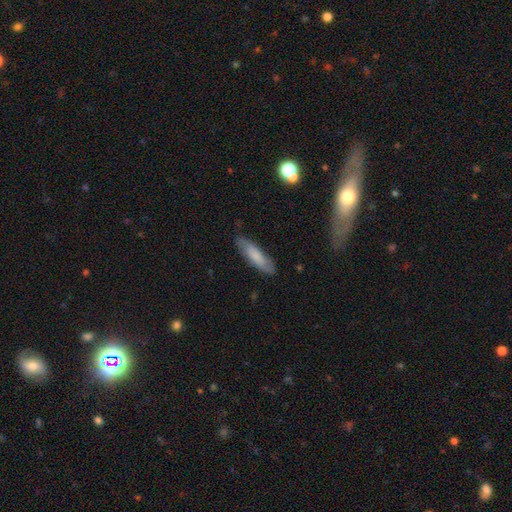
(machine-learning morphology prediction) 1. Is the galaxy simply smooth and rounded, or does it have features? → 68% smooth, 25% featured or disk, 6% star or artifact.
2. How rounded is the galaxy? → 66% cigar-shaped, 33% in between, 2% round.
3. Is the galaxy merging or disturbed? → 81% none, 14% minor disturbance, 3% major disturbance, 1% merger.